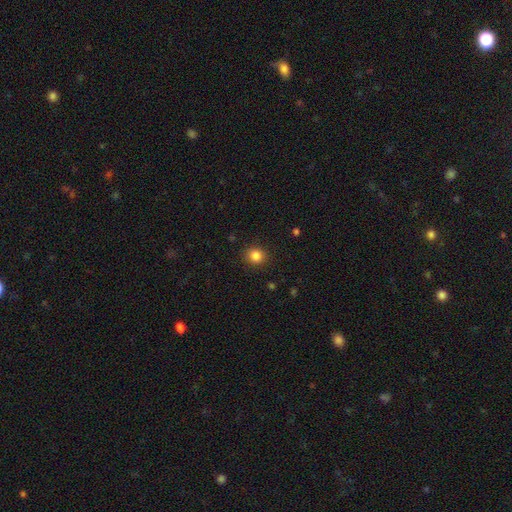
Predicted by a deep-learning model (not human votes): This appears to be a smooth galaxy with no disk features (84%) that is round (85%). Merging: none (90%).